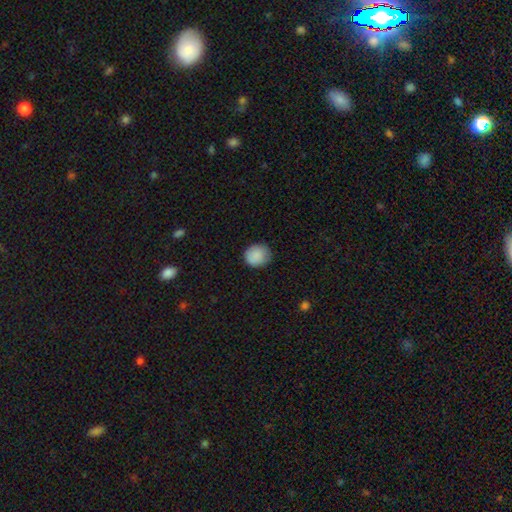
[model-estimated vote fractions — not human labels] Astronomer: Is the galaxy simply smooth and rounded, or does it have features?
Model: smooth — 88%.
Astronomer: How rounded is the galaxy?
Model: round — 81%.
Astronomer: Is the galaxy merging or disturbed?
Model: none — 81%.